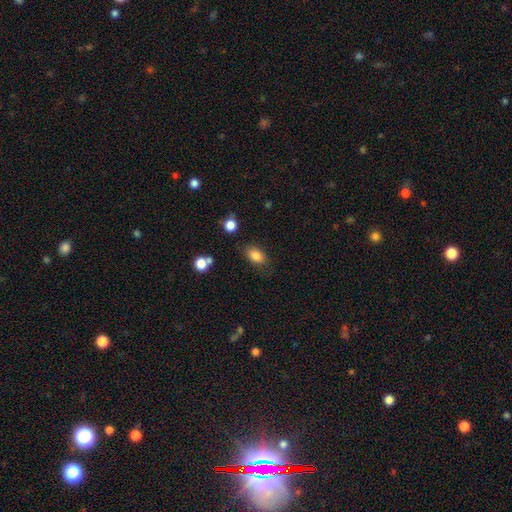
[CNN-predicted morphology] smooth-or-featured: smooth: 84% | star or artifact: 9% | featured or disk: 7%
  how-rounded: in between: 85% | round: 13% | cigar-shaped: 2%
  merging: none: 80% | minor disturbance: 13% | major disturbance: 4% | merger: 3%